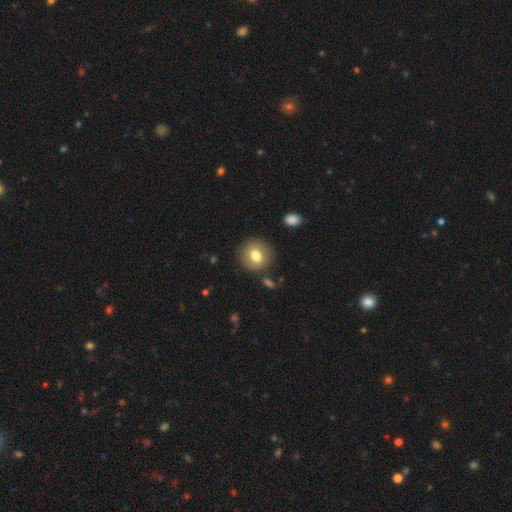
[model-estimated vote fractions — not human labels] A smooth galaxy with no disk features (78%) that is round (87%).

Vote fractions:
- Smooth or featured? smooth: 78% / featured or disk: 13% / star or artifact: 9%
- How rounded? round: 87% / in between: 12% / cigar-shaped: 1%
- Merging? none: 86% / minor disturbance: 8% / merger: 3% / major disturbance: 3%